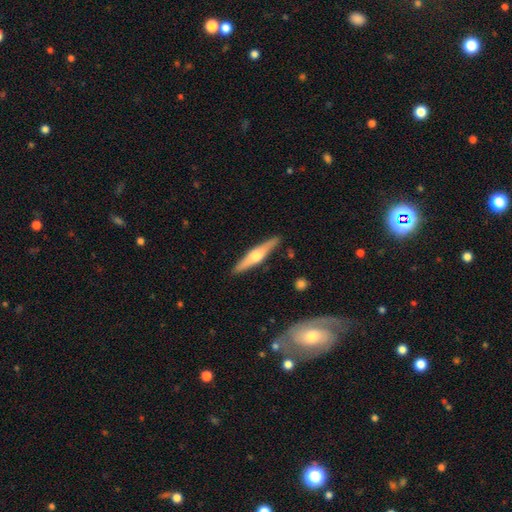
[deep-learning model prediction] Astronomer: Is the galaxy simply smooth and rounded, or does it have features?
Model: featured or disk — 60%.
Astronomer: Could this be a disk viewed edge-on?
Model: yes — 96%.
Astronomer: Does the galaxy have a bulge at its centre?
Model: rounded — 91%.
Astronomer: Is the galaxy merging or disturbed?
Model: none — 89%.